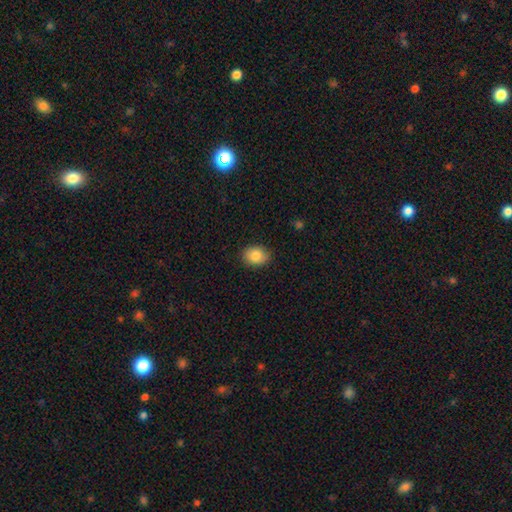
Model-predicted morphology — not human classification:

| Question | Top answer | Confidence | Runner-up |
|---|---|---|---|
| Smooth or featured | smooth | 86% | star or artifact (8%) |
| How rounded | in between | 62% | round (37%) |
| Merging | none | 86% | minor disturbance (11%) |